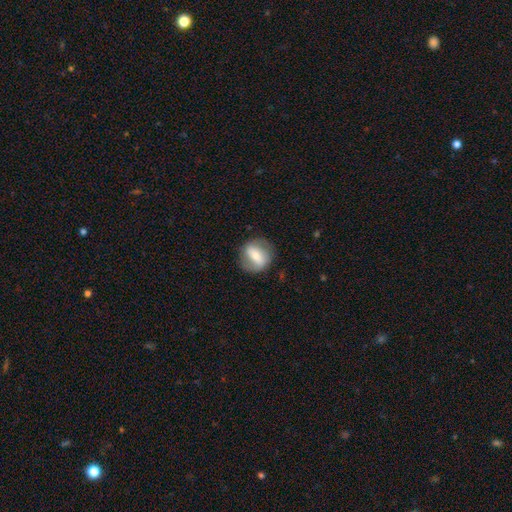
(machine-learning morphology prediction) Smooth or featured: featured or disk — 47% (smooth — 46%)
Merging: none — 78% (minor disturbance — 15%)